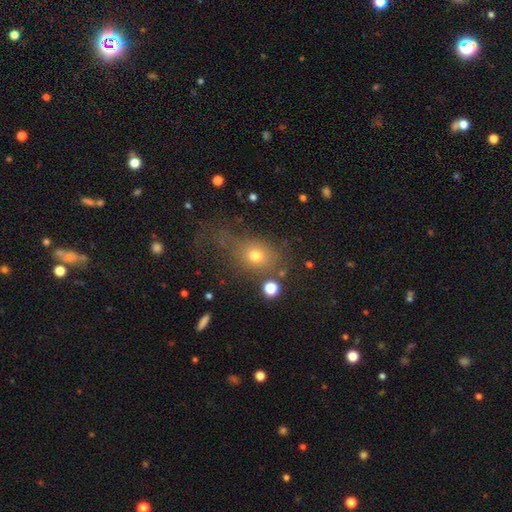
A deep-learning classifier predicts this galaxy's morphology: smooth_or_featured: smooth (p=0.68) [alt: star or artifact p=0.18]
how_rounded: in between (p=0.50) [alt: round p=0.46]
merging: none (p=0.47) [alt: major disturbance p=0.25]